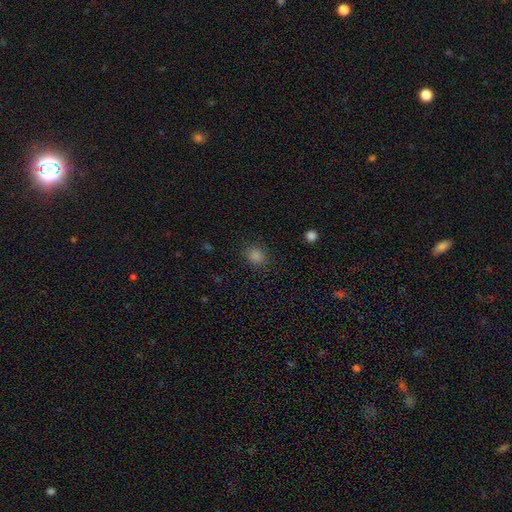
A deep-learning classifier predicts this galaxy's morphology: Smooth or featured: smooth — 80% (star or artifact — 17%)
How rounded: round — 72% (in between — 27%)
Merging: none — 89% (minor disturbance — 8%)